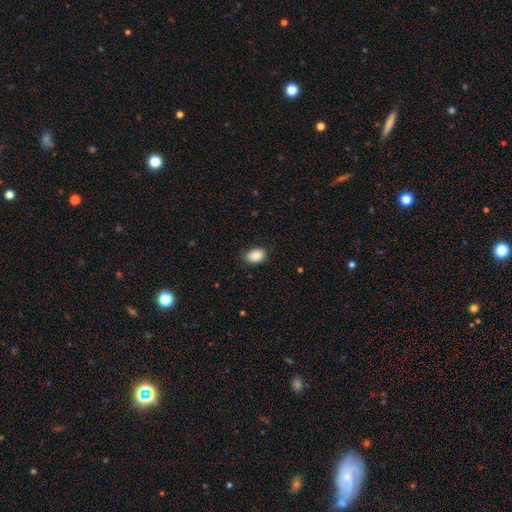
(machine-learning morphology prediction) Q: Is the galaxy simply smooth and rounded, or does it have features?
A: smooth — 89%.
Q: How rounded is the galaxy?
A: in between — 86%.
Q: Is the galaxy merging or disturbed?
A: none — 82%.